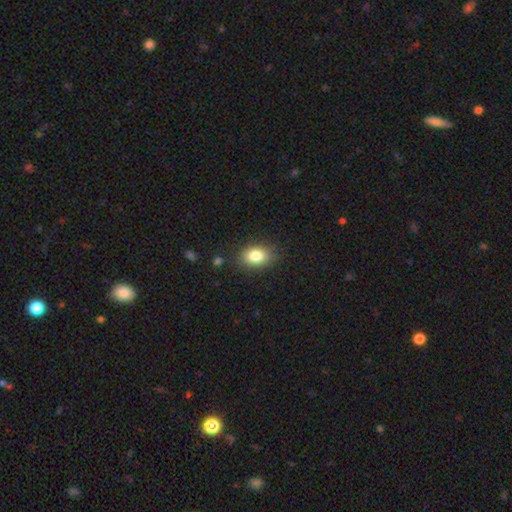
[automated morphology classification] This appears to be a smooth galaxy with no disk features (83%) that is in between round and cigar-shaped (83%). Merging: none (83%).